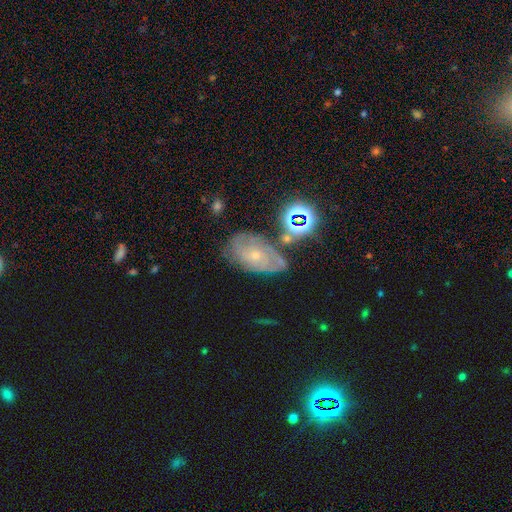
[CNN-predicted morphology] smooth-or-featured: featured or disk: 65% | smooth: 19% | star or artifact: 16%
  disk-edge-on: no: 95% | yes: 5%
    bar: no: 74% | weak: 22% | strong: 4%
    has-spiral-arms: yes: 85% | no: 15%
      spiral-winding: tight: 60% | medium: 31% | loose: 9%
      spiral-arm-count: can't tell: 49% | 2: 23% | 3: 14% | 4: 6% | 1: 5% | more than 4: 4%
    bulge-size: small: 72% | moderate: 24% | none: 2% | large: 1% | dominant: 1%
  merging: none: 59% | minor disturbance: 23% | major disturbance: 10% | merger: 8%